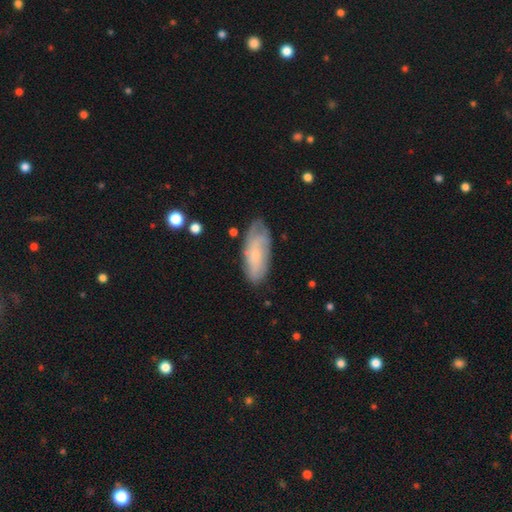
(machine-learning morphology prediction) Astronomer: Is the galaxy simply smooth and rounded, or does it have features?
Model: featured or disk — 49% (runner-up: smooth, 45%).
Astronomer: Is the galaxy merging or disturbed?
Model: none — 68%.